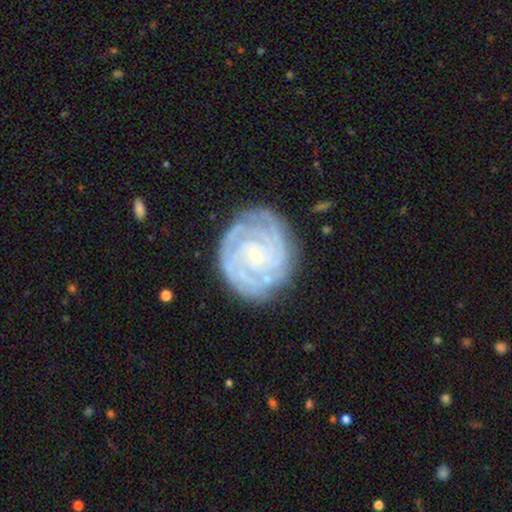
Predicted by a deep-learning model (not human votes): Smooth or featured: featured or disk — 88% (smooth — 7%)
Edge-on disk: no — 98% (yes — 2%)
Bar: no — 65% (weak — 27%)
Spiral arms: yes — 98% (no — 2%)
Spiral winding: tight — 84% (medium — 14%)
Spiral arm count: 3 — 25% (4 — 24%)
Bulge size: small — 82% (moderate — 15%)
Merging: none — 80% (minor disturbance — 15%)